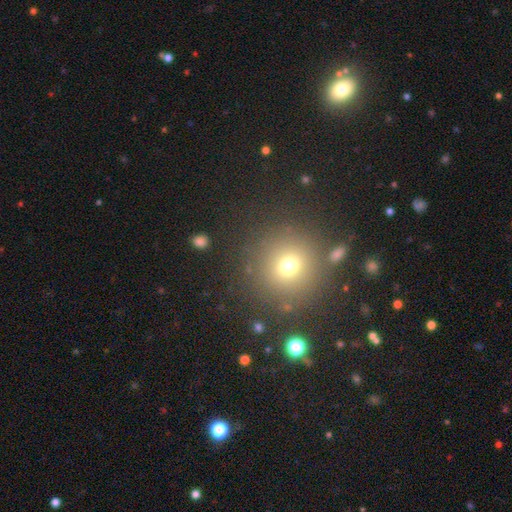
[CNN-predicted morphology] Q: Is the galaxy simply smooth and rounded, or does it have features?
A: smooth — 60%.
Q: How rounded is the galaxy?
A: round — 94%.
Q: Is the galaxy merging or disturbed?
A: none — 87%.